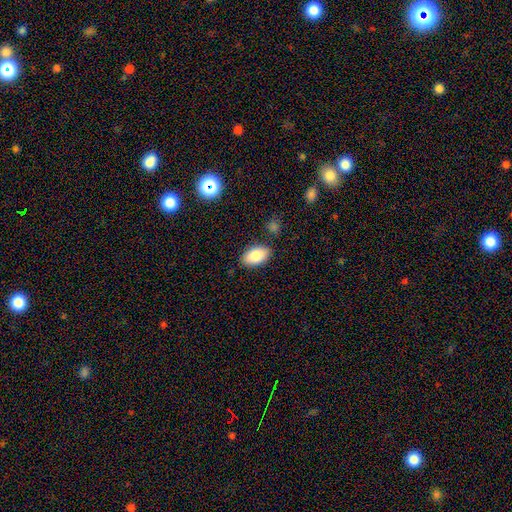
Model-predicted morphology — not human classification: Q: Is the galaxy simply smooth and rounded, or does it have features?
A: smooth — 84%.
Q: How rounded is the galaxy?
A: in between — 94%.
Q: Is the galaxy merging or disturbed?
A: none — 84%.